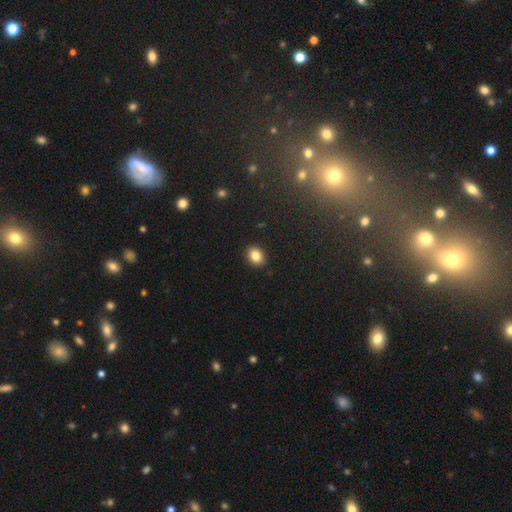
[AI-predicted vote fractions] Smooth or featured: smooth — 84% (star or artifact — 10%)
How rounded: in between — 52% (round — 47%)
Merging: none — 91% (minor disturbance — 7%)